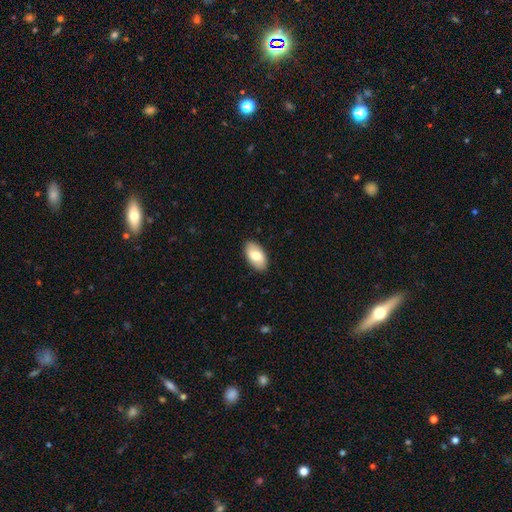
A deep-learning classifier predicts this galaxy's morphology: A smooth galaxy with no disk features (76%) that is in between round and cigar-shaped (95%).

Vote fractions:
- Smooth or featured? smooth: 76% / featured or disk: 18% / star or artifact: 6%
- How rounded? in between: 95% / round: 3% / cigar-shaped: 2%
- Merging? none: 88% / minor disturbance: 9% / major disturbance: 2% / merger: 1%